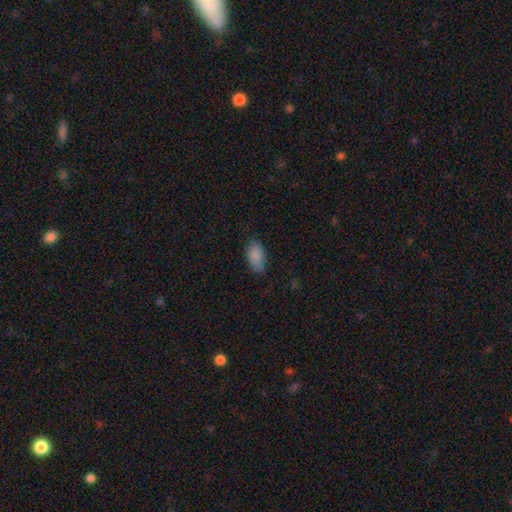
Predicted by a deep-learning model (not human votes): This appears to be a smooth galaxy with no disk features (86%) that is in between round and cigar-shaped (93%). Merging: none (76%).